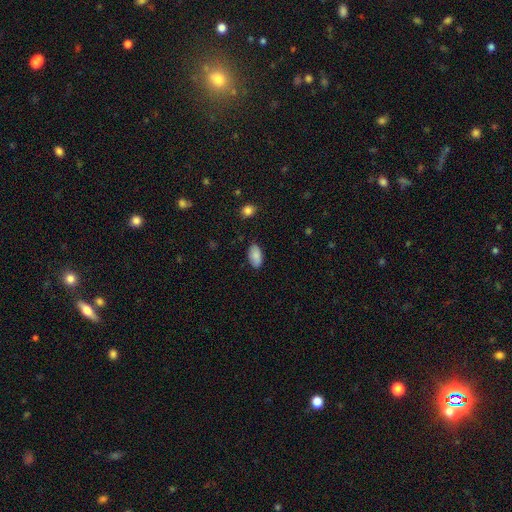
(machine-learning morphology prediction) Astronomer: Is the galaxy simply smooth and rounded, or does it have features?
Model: smooth — 86%.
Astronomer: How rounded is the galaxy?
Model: in between — 95%.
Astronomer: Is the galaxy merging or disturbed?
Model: none — 82%.